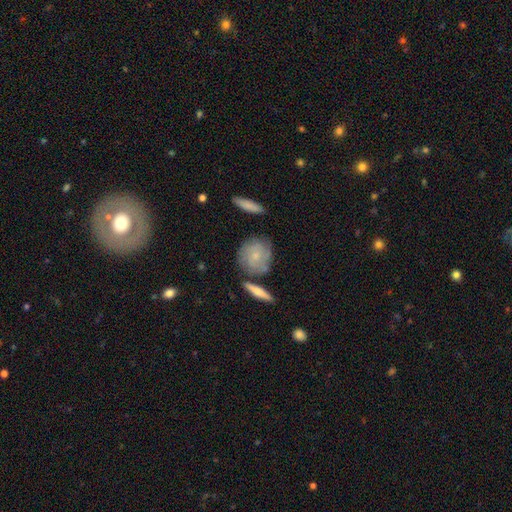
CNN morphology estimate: The model was most divided on "smooth or featured": smooth: 48%, featured or disk: 45%, star or artifact: 6%. More confident: merging — none (68%).